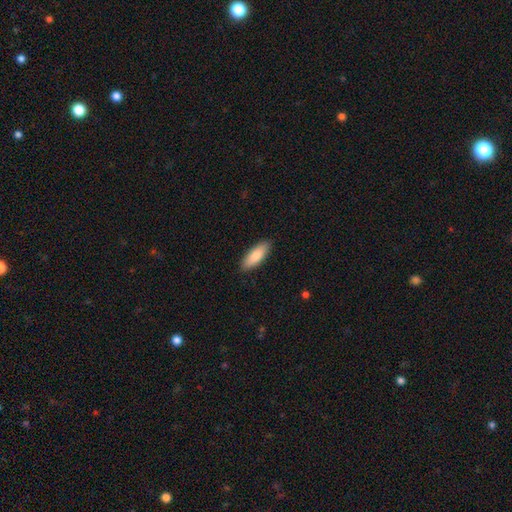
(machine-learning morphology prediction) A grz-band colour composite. It shows a smooth galaxy with no disk features (84%) that is in between round and cigar-shaped (65%). Merging: none (89%).